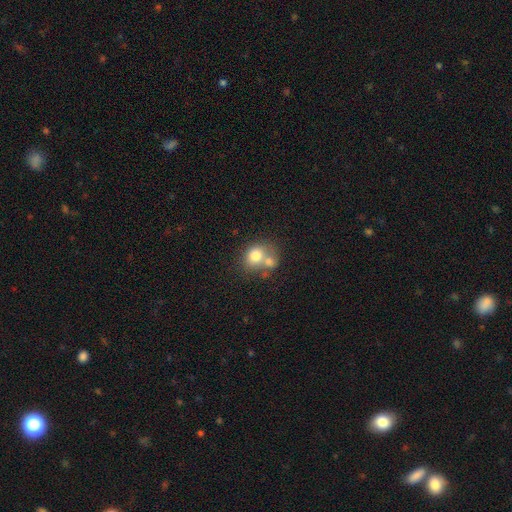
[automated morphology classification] type=smooth (73%); roundness=round (63%); merging=merger (54%).